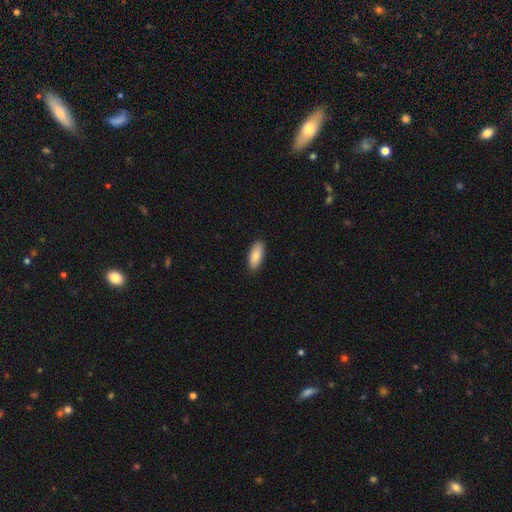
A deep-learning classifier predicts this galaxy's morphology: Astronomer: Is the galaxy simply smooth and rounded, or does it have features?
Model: smooth — 85%.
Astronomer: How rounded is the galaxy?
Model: in between — 83%.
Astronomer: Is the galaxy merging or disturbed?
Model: none — 89%.